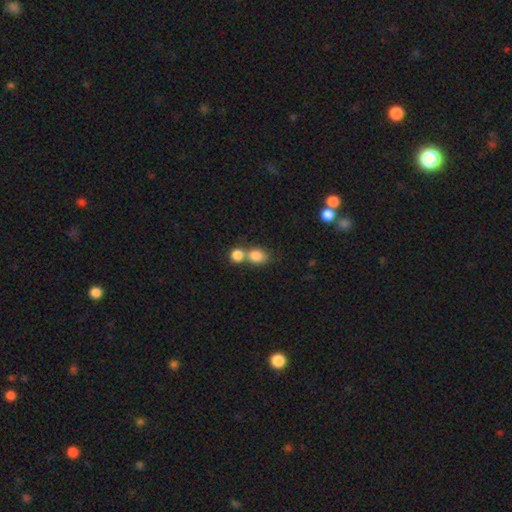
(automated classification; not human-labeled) Smooth or featured? Predicted: smooth (p=0.83). How rounded? Predicted: round (p=0.50). Merging? Predicted: merger (p=0.50).